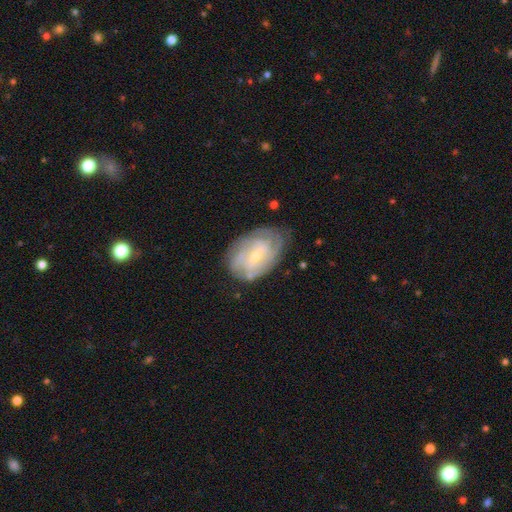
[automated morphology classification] Overall: featured or disk (75%). Edge-on disk: no (96%). Bar: no (44%, tied with weak). Spiral arms: yes (87%). Spiral arm count: can't tell (48%; 2 16%). Spiral winding: tight (64%; medium 27%). Bulge size: small (70%). Merging: none (70%).